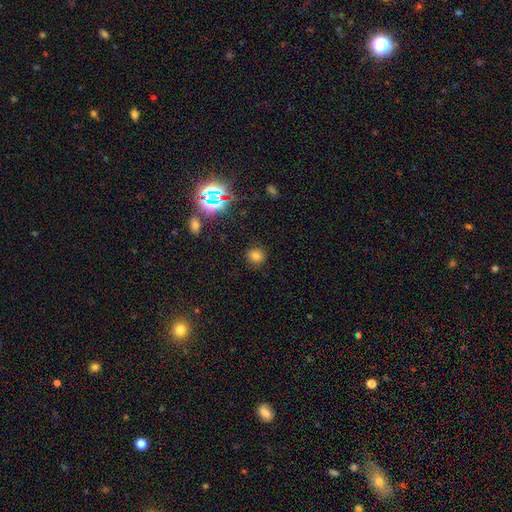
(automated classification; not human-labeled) This appears to be a smooth galaxy with no disk features (74%) that is round (87%). Merging: none (88%).